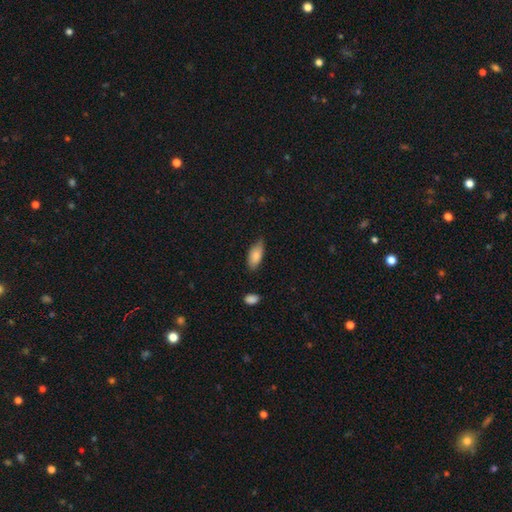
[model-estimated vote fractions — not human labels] The model was most divided on "merging": none: 66%, minor disturbance: 28%, major disturbance: 4%, merger: 2%. More confident: how rounded — in between (87%); smooth or featured — smooth (83%).